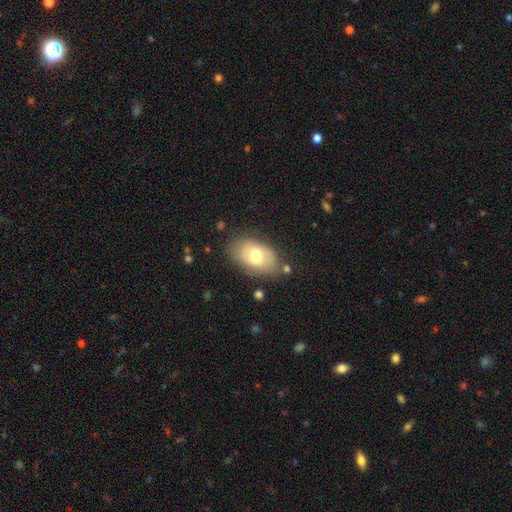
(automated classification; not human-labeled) A smooth galaxy with no disk features (66%) that is in between round and cigar-shaped (90%). Merging: none (72%).